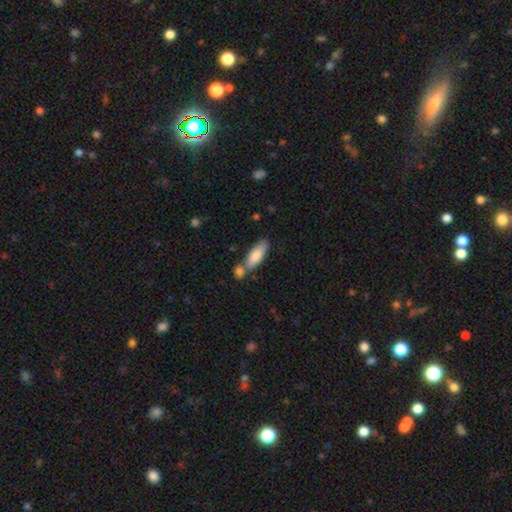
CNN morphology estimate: A smooth galaxy with no disk features (79%) that is in between round and cigar-shaped (61%).

Vote fractions:
- Smooth or featured? smooth: 79% / featured or disk: 15% / star or artifact: 6%
- How rounded? in between: 61% / cigar-shaped: 38% / round: 2%
- Merging? none: 56% / merger: 27% / minor disturbance: 14% / major disturbance: 3%